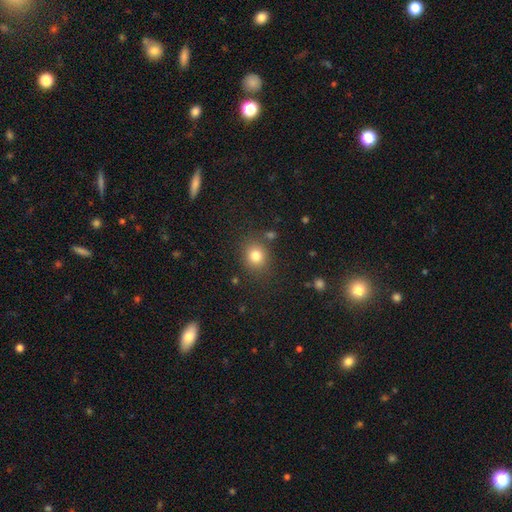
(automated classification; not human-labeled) Smooth or featured? Predicted: smooth (p=0.80). How rounded? Predicted: round (p=0.78). Merging? Predicted: none (p=0.82).